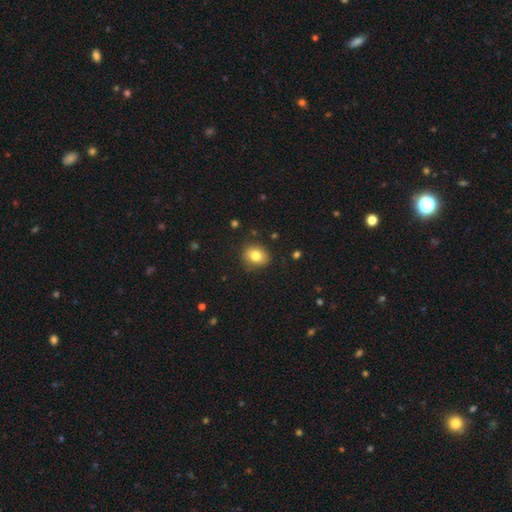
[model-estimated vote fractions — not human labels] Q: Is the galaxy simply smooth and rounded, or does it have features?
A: smooth — 81%.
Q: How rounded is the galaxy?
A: round — 60%.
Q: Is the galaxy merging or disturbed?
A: none — 85%.